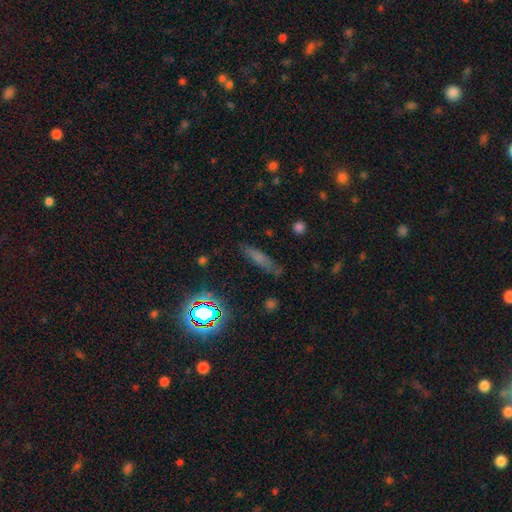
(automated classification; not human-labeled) This is possibly a smooth galaxy (58%). How rounded: likely cigar-shaped (78%). Merging: likely none (78%).